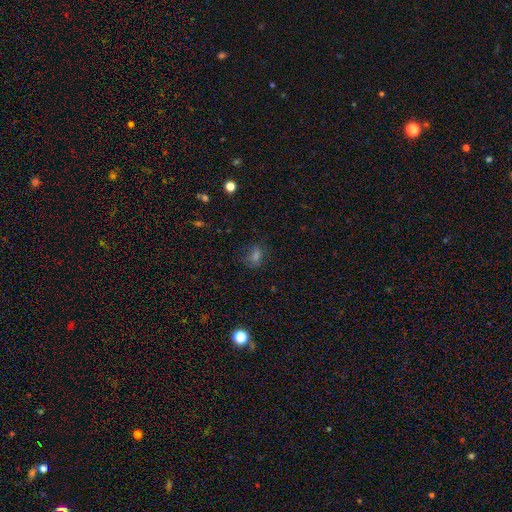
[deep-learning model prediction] smooth 61%, star or artifact 27%, featured or disk 12%. Down the decision tree: how rounded — in between (52%); merging — none (75%).